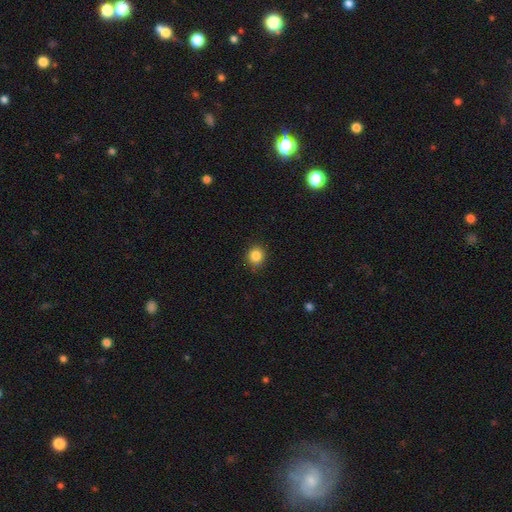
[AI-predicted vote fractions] This appears to be a smooth galaxy with no disk features (86%) that is round (87%). Merging: none (87%).